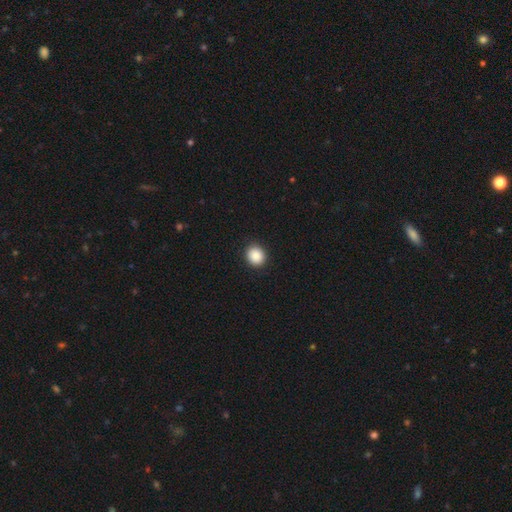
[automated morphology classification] A smooth galaxy with no disk features (88%) that is round (80%). Merging: none (91%).